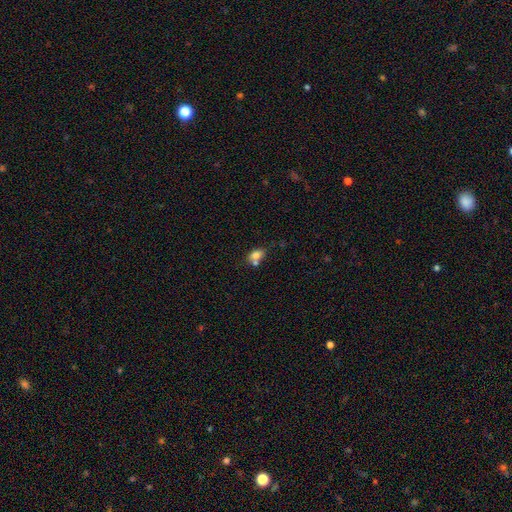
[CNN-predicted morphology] A smooth galaxy with no disk features (76%) that is in between round and cigar-shaped (79%).

Vote fractions:
- Smooth or featured? smooth: 76% / featured or disk: 14% / star or artifact: 10%
- How rounded? in between: 79% / round: 18% / cigar-shaped: 4%
- Merging? none: 42% / merger: 38% / minor disturbance: 14% / major disturbance: 5%